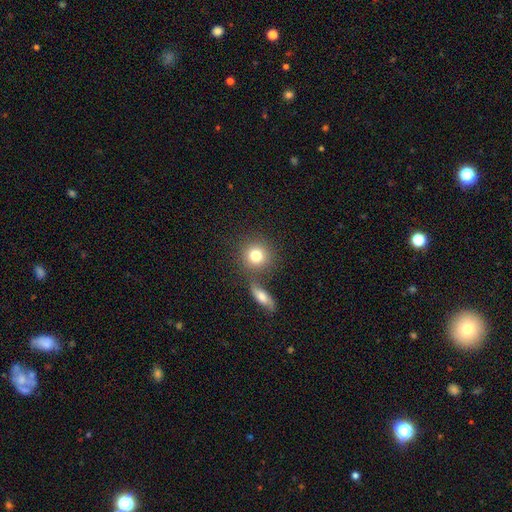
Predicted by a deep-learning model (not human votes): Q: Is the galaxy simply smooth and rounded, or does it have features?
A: smooth — 79%.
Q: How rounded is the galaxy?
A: round — 89%.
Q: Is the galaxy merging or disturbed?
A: none — 70%.